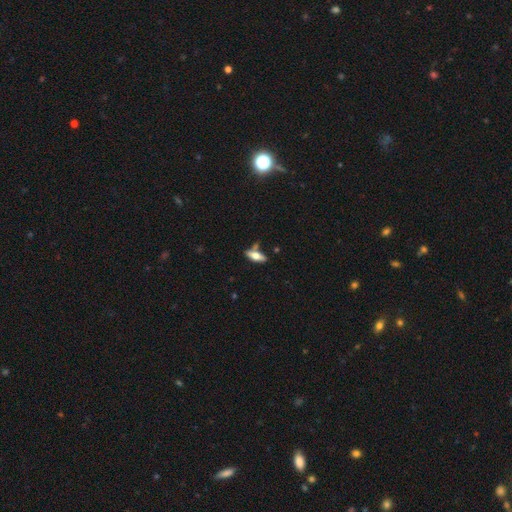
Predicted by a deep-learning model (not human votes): Smooth or featured? smooth (56%)
How rounded? in between (64%)
Merging? none (68%)